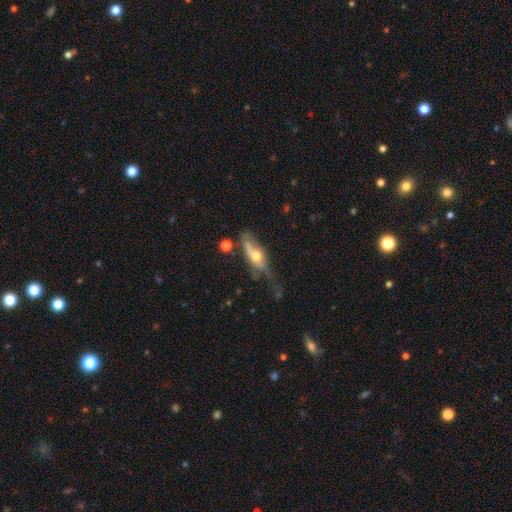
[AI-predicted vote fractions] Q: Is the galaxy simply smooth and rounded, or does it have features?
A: featured or disk — 49%.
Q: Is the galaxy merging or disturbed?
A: major disturbance — 32%, tied with none.